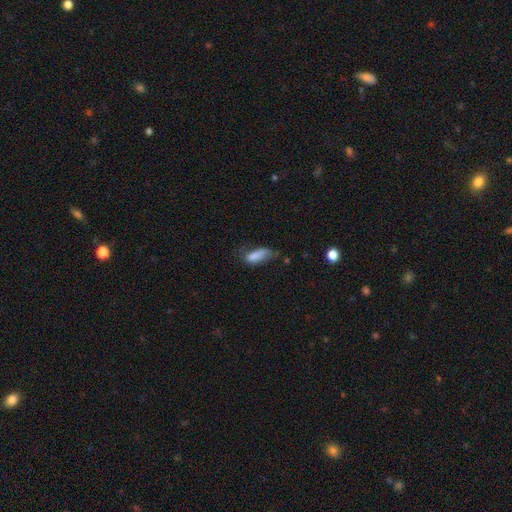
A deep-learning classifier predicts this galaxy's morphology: smooth_or_featured: smooth (p=0.80) [alt: featured or disk p=0.11]
how_rounded: in between (p=0.76) [alt: cigar-shaped p=0.21]
merging: minor disturbance (p=0.36) [alt: none p=0.35]